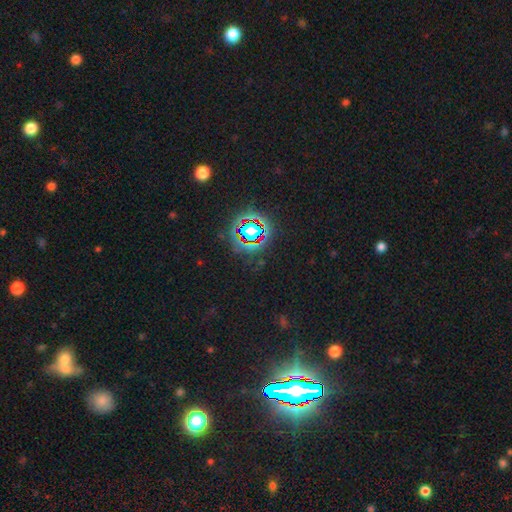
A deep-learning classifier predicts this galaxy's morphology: star or artifact 82%, smooth 10%, featured or disk 8%.